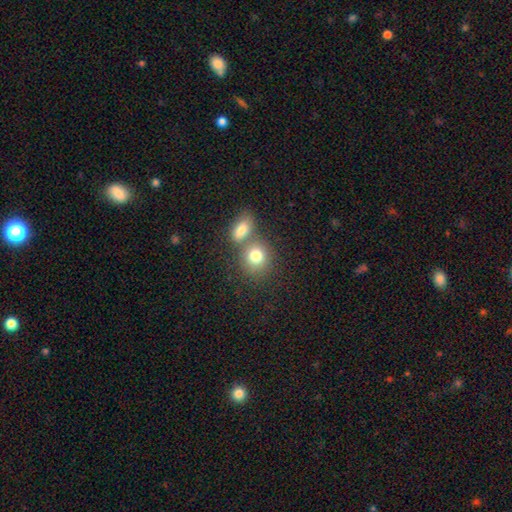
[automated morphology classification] The model was most divided on "merging": none: 45%, merger: 43%, minor disturbance: 8%, major disturbance: 4%. More confident: smooth or featured — smooth (78%); how rounded — round (71%).